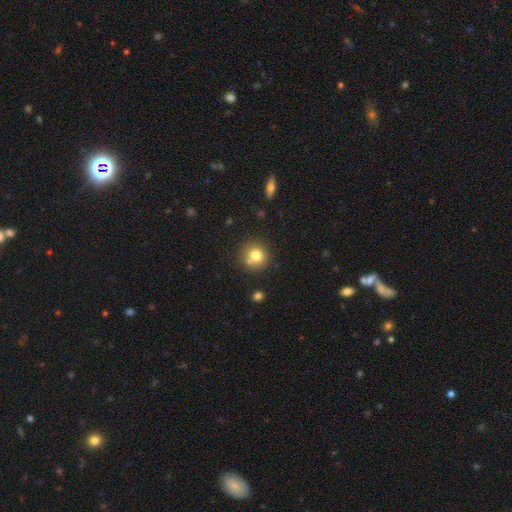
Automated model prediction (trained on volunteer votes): Smooth or featured? Predicted: smooth (p=0.76). How rounded? Predicted: round (p=0.91). Merging? Predicted: none (p=0.70).